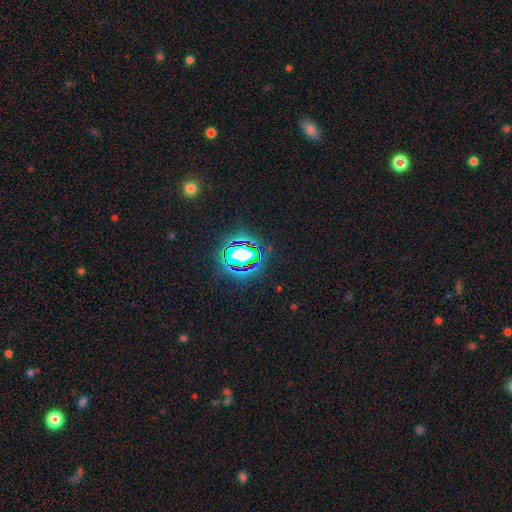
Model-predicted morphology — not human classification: star or artifact 81%, smooth 12%, featured or disk 7%.